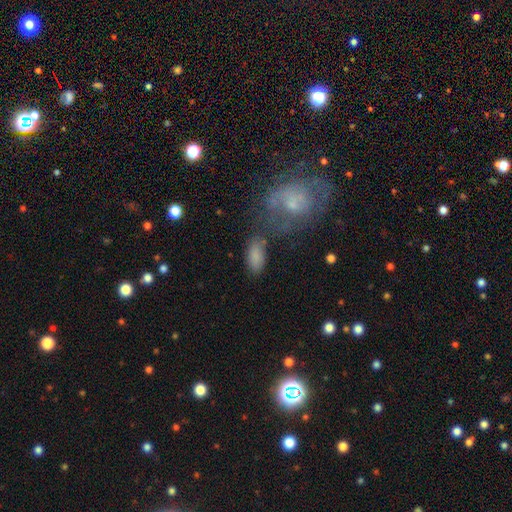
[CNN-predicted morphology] The model was most divided on "merging": none: 63%, minor disturbance: 18%, merger: 11%, major disturbance: 8%. More confident: how rounded — in between (88%); smooth or featured — smooth (81%).